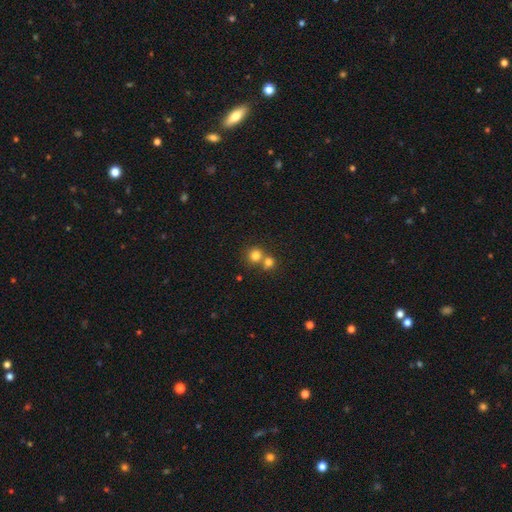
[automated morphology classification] Smooth or featured? Predicted: smooth (p=0.79). How rounded? Predicted: round (p=0.85). Merging? Predicted: merger (p=0.47).